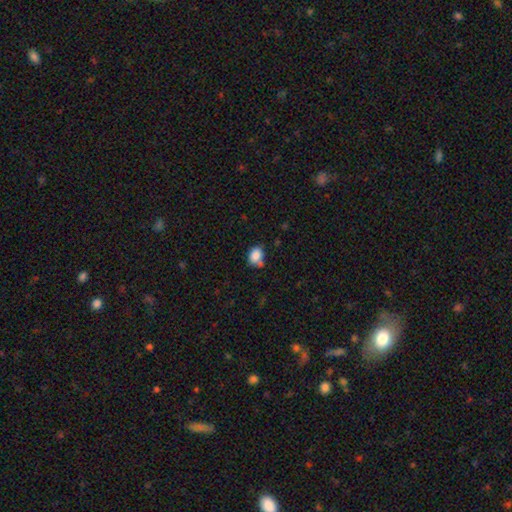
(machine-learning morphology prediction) A smooth galaxy with no disk features (85%) that is in between round and cigar-shaped (65%). Merging: none (57%).